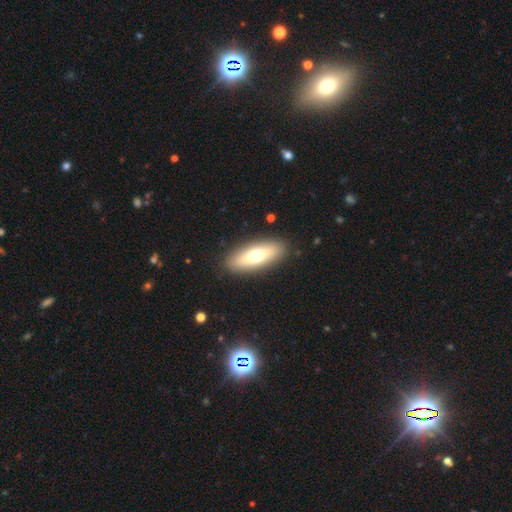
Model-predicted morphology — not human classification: A smooth galaxy with no disk features (62%) that is in between round and cigar-shaped (63%).

Vote fractions:
- Smooth or featured? smooth: 62% / featured or disk: 32% / star or artifact: 7%
- How rounded? in between: 63% / cigar-shaped: 34% / round: 3%
- Merging? none: 89% / minor disturbance: 8% / major disturbance: 2% / merger: 1%